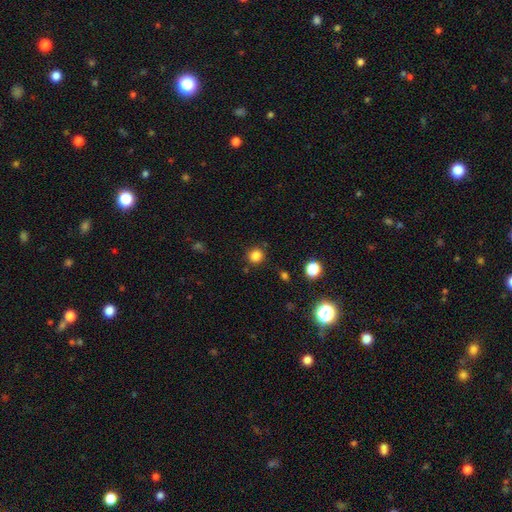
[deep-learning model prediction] This is clearly a smooth galaxy (82%). How rounded: clearly round (89%). Merging: clearly none (86%).